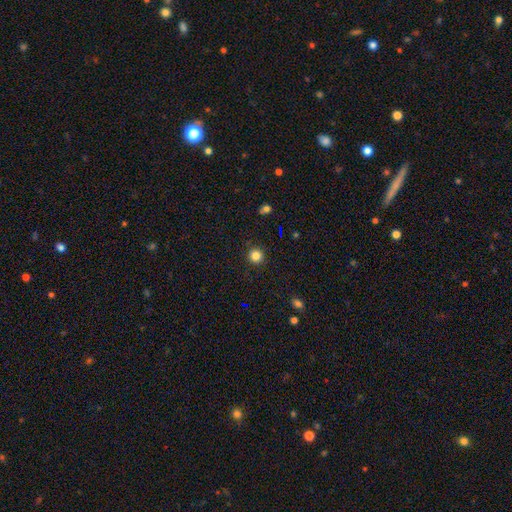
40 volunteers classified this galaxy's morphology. This is clearly a smooth galaxy (85%). How rounded: clearly round (97%). Merging: clearly none (94%).